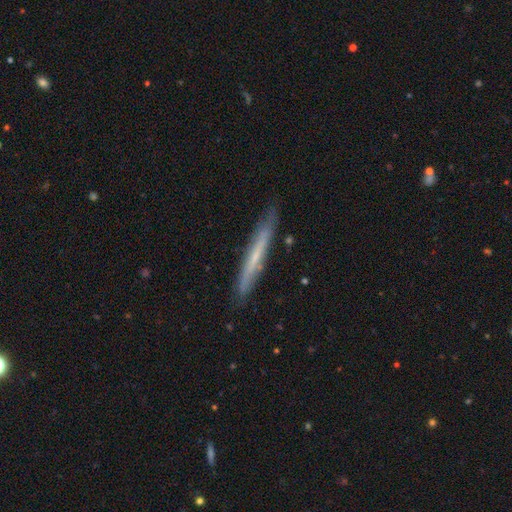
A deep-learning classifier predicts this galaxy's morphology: smooth_or_featured: featured or disk (p=0.51) [alt: smooth p=0.41]
disk_edge_on: yes (p=0.91) [alt: no p=0.09]
merging: none (p=0.87) [alt: minor disturbance p=0.10]